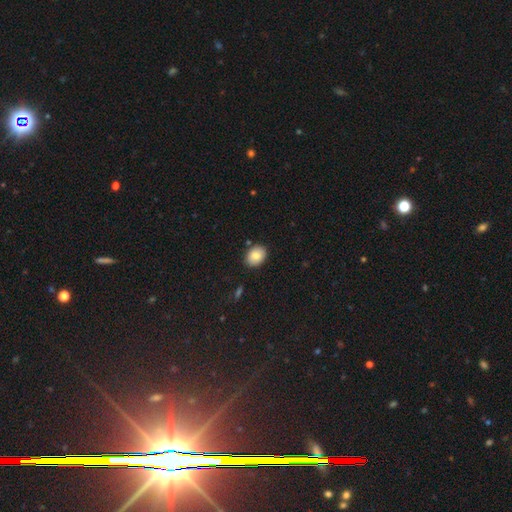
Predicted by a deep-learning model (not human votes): smooth 83%, featured or disk 9%, star or artifact 8%. Down the decision tree: how rounded — in between (66%); merging — none (86%).